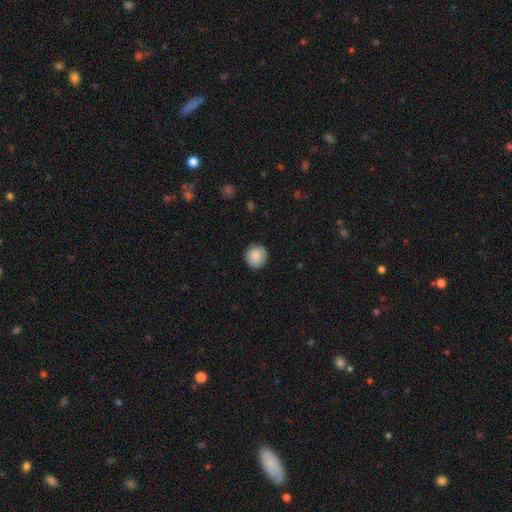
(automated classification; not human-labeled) Smooth or featured?
  - smooth: 87% *
  - star or artifact: 7%
  - featured or disk: 6%
How rounded?
  - round: 93% *
  - in between: 6%
  - cigar-shaped: 1%
Merging?
  - none: 89% *
  - minor disturbance: 8%
  - major disturbance: 2%
  - merger: 1%